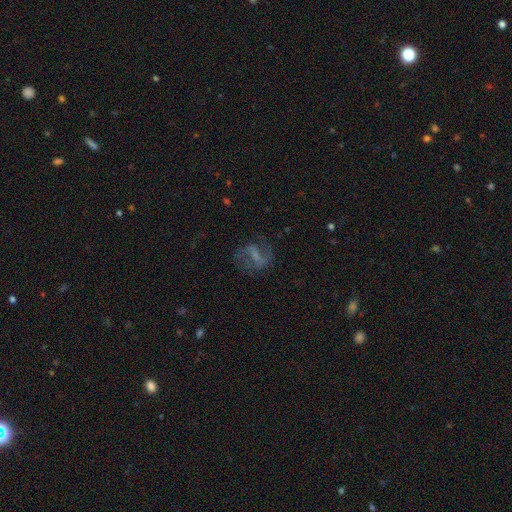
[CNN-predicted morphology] featured or disk 66%, smooth 22%, star or artifact 12%. Down the decision tree: edge-on disk — no (96%); bar — strong (43%); spiral arms — yes (81%); spiral arm count — 2 (80%); spiral winding — loose (45%); bulge size — none (47%); merging — none (63%).